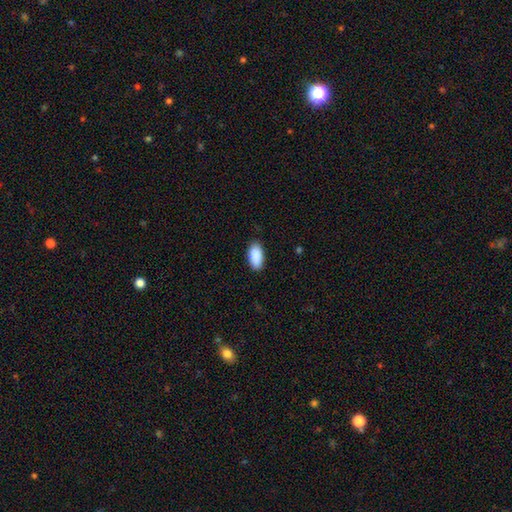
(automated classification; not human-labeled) smooth-or-featured: smooth: 88% | star or artifact: 6% | featured or disk: 5%
  how-rounded: in between: 93% | cigar-shaped: 4% | round: 3%
  merging: none: 83% | minor disturbance: 14% | major disturbance: 2% | merger: 1%